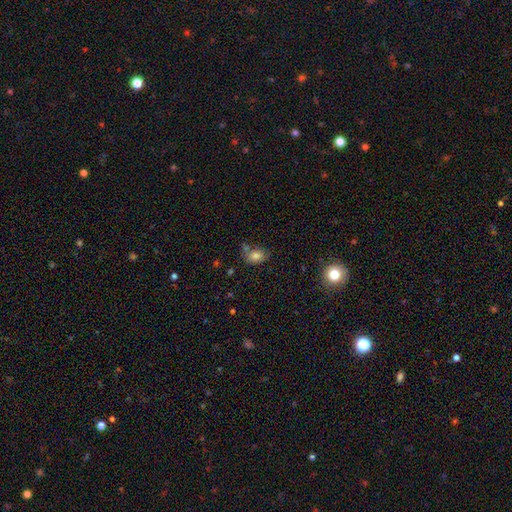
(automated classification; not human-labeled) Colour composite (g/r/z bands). It shows a smooth galaxy with no disk features (79%) that is in between round and cigar-shaped (74%). Merging: none (60%).